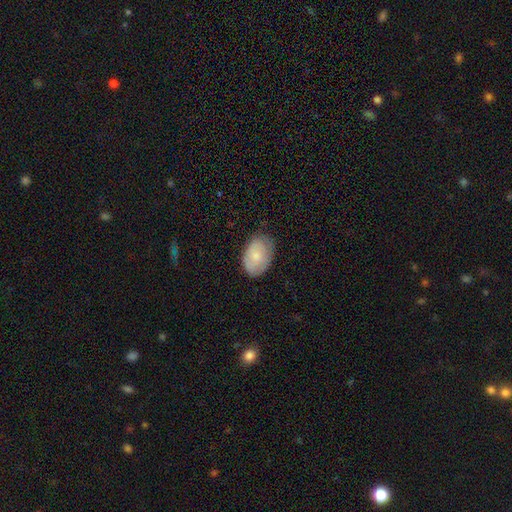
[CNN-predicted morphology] The model was most divided on "merging": none: 74%, minor disturbance: 21%, major disturbance: 4%, merger: 1%. More confident: how rounded — in between (87%); smooth or featured — smooth (73%).